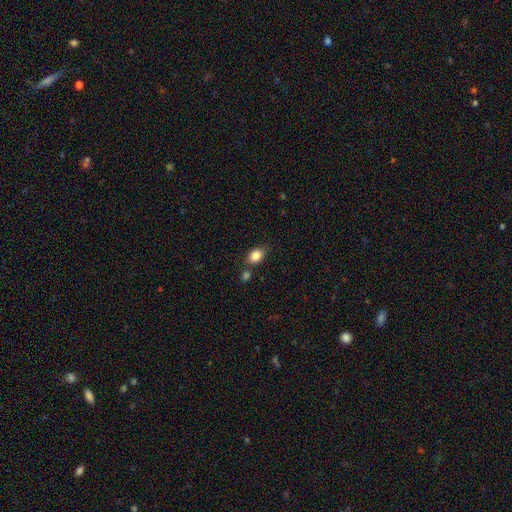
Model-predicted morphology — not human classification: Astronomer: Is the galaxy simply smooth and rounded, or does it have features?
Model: smooth — 85%.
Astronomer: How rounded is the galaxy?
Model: in between — 72%.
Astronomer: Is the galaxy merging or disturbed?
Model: none — 70%.